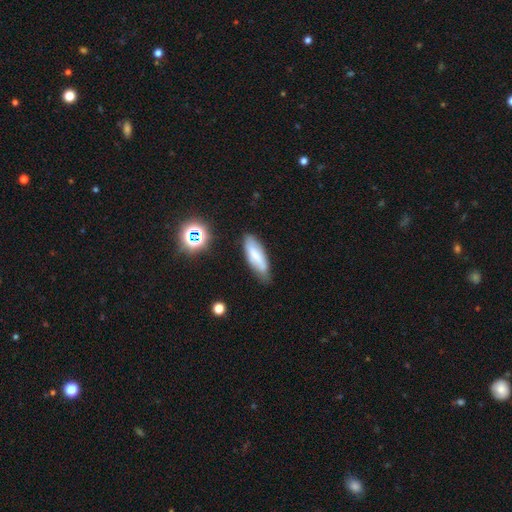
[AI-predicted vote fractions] smooth 63%, featured or disk 28%, star or artifact 9%. Down the decision tree: how rounded — in between (62%); merging — none (66%).